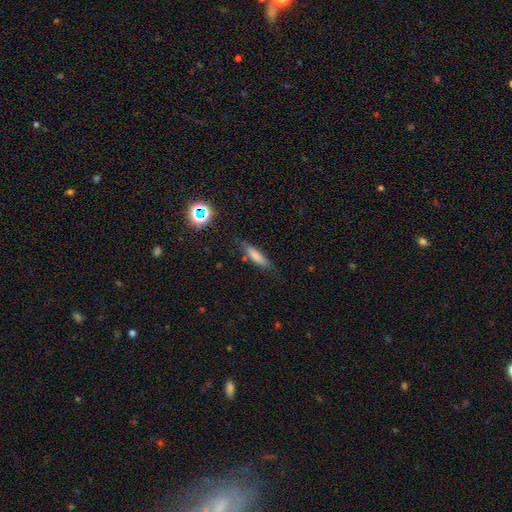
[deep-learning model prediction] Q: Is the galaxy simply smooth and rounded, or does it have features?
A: smooth — 75%.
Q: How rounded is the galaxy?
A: cigar-shaped — 72%.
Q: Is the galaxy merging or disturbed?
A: none — 75%.